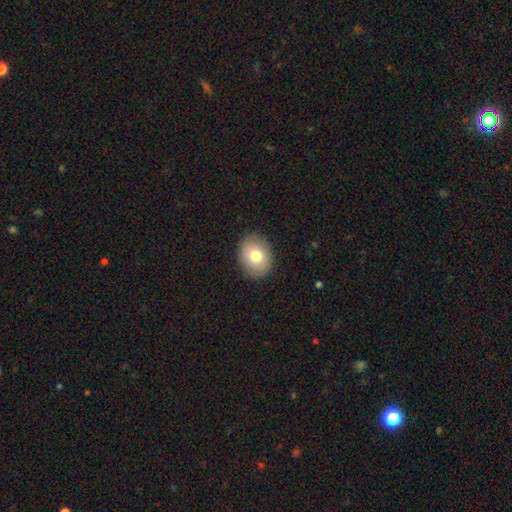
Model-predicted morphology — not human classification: Smooth or featured? smooth (76%)
How rounded? in between (51%)
Merging? none (88%)